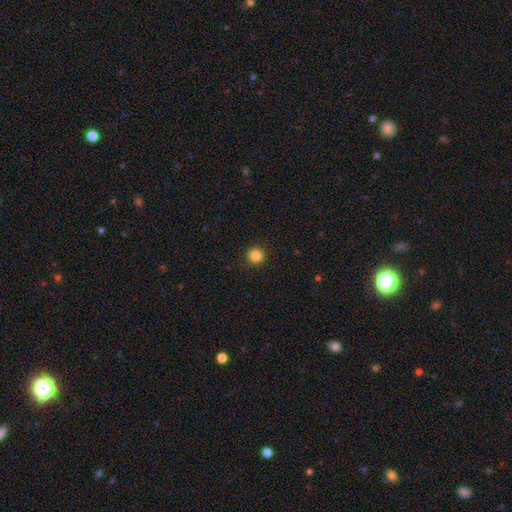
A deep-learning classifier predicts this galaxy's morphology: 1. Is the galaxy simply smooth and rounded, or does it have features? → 85% smooth, 11% star or artifact, 4% featured or disk.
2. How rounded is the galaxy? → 95% round, 4% in between, 1% cigar-shaped.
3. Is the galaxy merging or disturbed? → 93% none, 5% minor disturbance, 2% major disturbance, 1% merger.